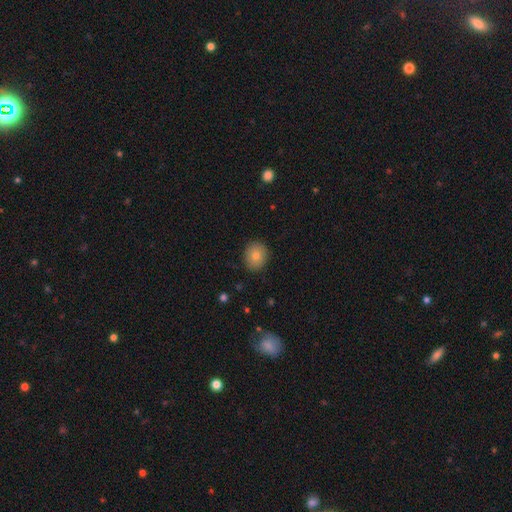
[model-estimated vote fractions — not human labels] Morphology: type=smooth (82%); roundness=round (72%); merging=none (89%).